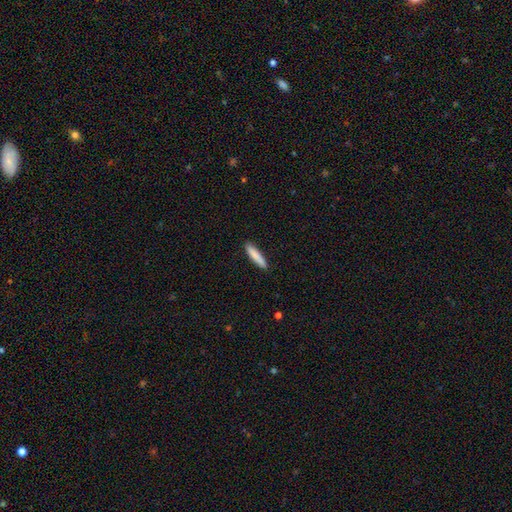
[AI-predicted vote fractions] Smooth or featured?
  - smooth: 85% *
  - featured or disk: 9%
  - star or artifact: 6%
How rounded?
  - cigar-shaped: 88% *
  - in between: 11%
  - round: 1%
Merging?
  - none: 91% *
  - minor disturbance: 7%
  - major disturbance: 1%
  - merger: 1%